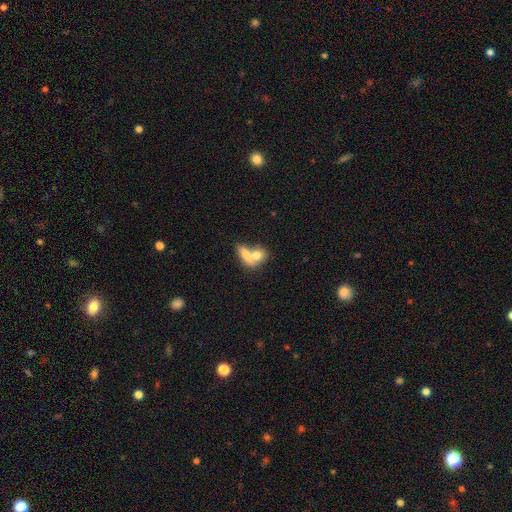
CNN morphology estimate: smooth-or-featured: smooth: 74% | featured or disk: 19% | star or artifact: 7%
  how-rounded: in between: 60% | round: 31% | cigar-shaped: 9%
  merging: merger: 64% | none: 24% | minor disturbance: 7% | major disturbance: 5%